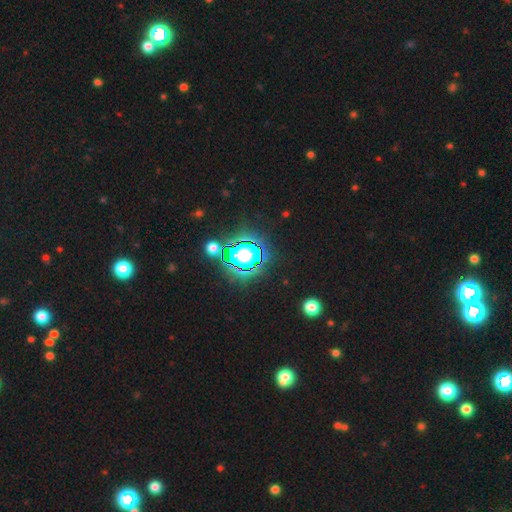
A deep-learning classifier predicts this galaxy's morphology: The model was most divided on "smooth or featured": star or artifact: 67%, smooth: 20%, featured or disk: 13%.